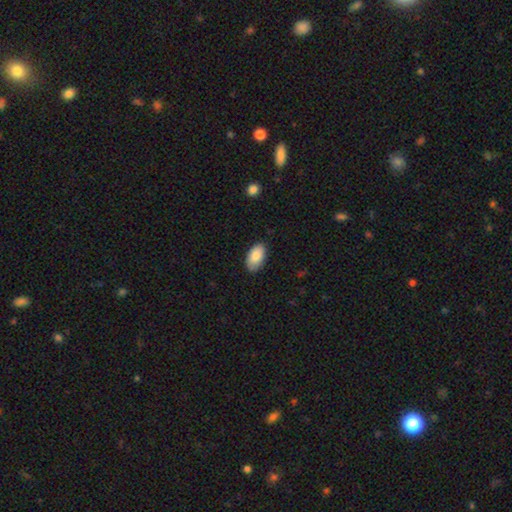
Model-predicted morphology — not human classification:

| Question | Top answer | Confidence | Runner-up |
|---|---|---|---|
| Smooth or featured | smooth | 86% | featured or disk (8%) |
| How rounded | in between | 95% | round (3%) |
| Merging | none | 84% | minor disturbance (13%) |